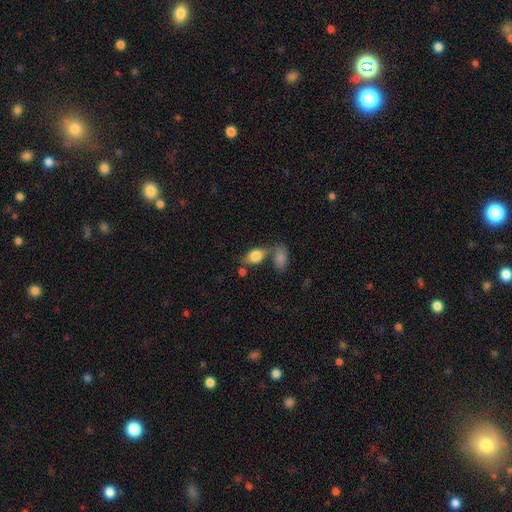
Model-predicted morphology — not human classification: Smooth or featured? Predicted: smooth (p=0.82). How rounded? Predicted: in between (p=0.87). Merging? Predicted: none (p=0.52).